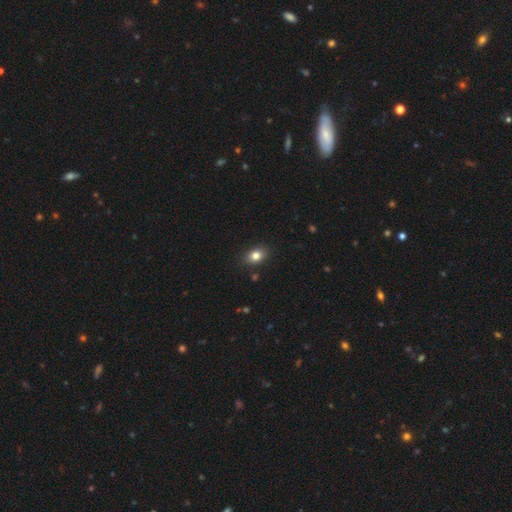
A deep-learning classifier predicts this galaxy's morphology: smooth_or_featured: smooth (p=0.82) [alt: star or artifact p=0.10]
how_rounded: in between (p=0.70) [alt: round p=0.28]
merging: none (p=0.85) [alt: minor disturbance p=0.11]